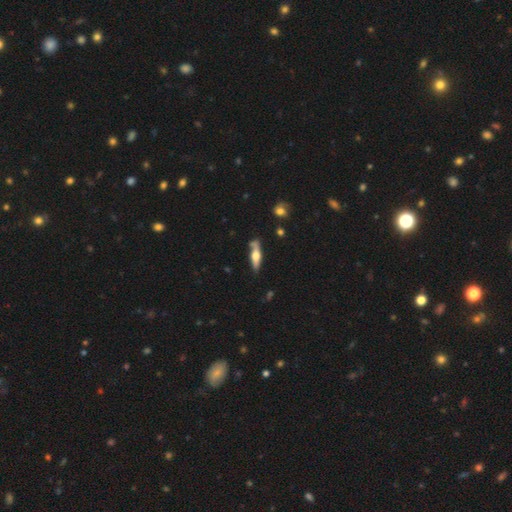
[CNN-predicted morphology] Smooth or featured?
  - featured or disk: 51% *
  - smooth: 43%
  - star or artifact: 5%
Edge-on disk?
  - yes: 89% *
  - no: 11%
Merging?
  - none: 73% *
  - minor disturbance: 17%
  - merger: 5%
  - major disturbance: 4%